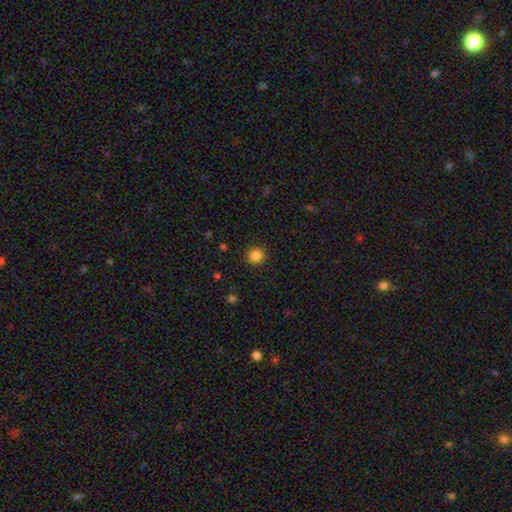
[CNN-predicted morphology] smooth-or-featured: smooth: 85% | star or artifact: 12% | featured or disk: 4%
  how-rounded: round: 90% | in between: 9% | cigar-shaped: 1%
  merging: none: 91% | minor disturbance: 6% | major disturbance: 2% | merger: 1%